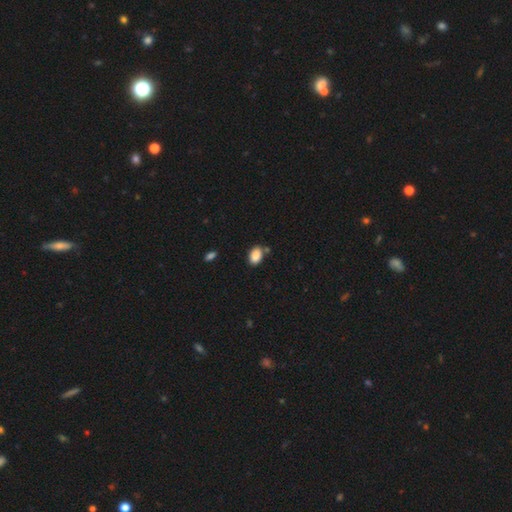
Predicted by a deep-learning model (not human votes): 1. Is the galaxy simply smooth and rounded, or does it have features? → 88% smooth, 8% star or artifact, 4% featured or disk.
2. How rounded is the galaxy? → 86% in between, 13% round, 1% cigar-shaped.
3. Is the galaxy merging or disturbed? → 74% none, 14% minor disturbance, 9% merger, 3% major disturbance.